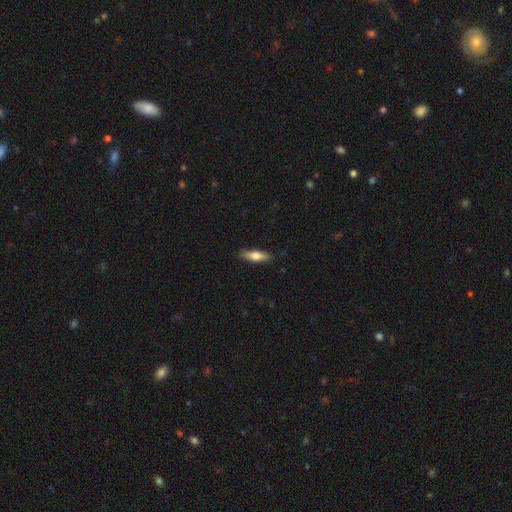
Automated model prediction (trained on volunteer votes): This is likely a smooth galaxy (64%). How rounded: likely cigar-shaped (60%). Merging: clearly none (87%).